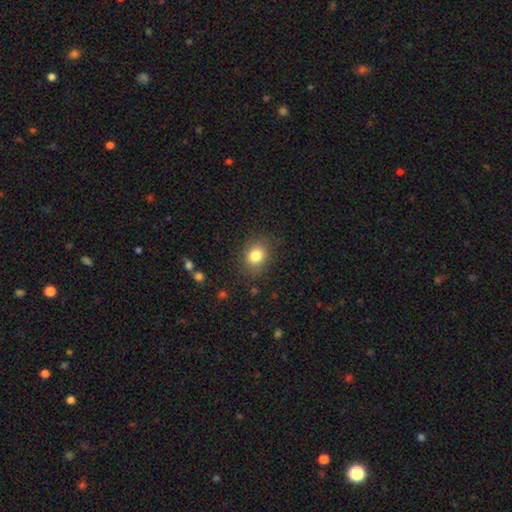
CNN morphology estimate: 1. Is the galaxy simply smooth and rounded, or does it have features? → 82% smooth, 11% star or artifact, 7% featured or disk.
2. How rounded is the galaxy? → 55% round, 45% in between, 1% cigar-shaped.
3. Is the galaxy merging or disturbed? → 83% none, 12% minor disturbance, 4% major disturbance, 1% merger.